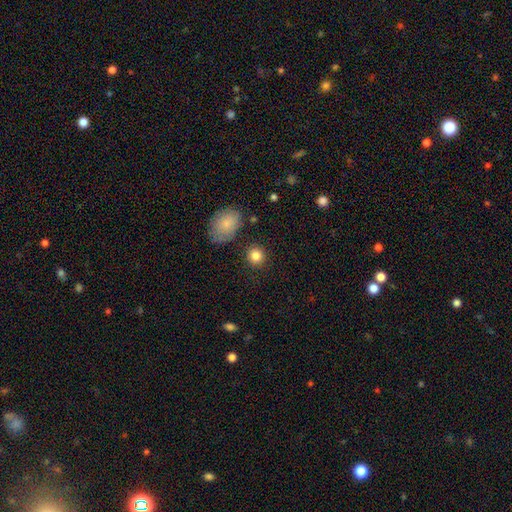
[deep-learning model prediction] Morphology: type=smooth (85%); roundness=round (89%); merging=none (86%).